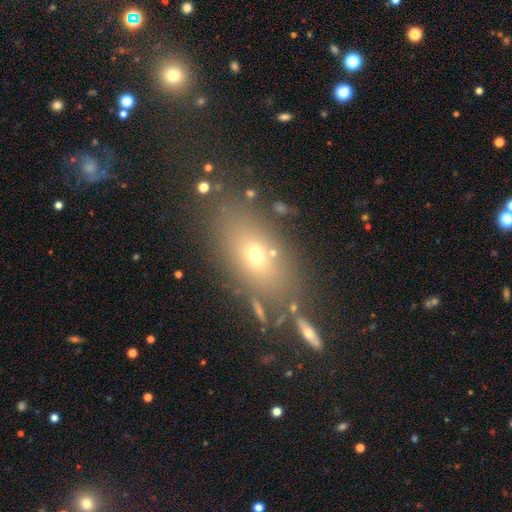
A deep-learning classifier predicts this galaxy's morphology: smooth-or-featured: smooth: 63% | featured or disk: 19% | star or artifact: 18%
  how-rounded: in between: 77% | round: 17% | cigar-shaped: 7%
  merging: none: 72% | minor disturbance: 13% | merger: 9% | major disturbance: 6%